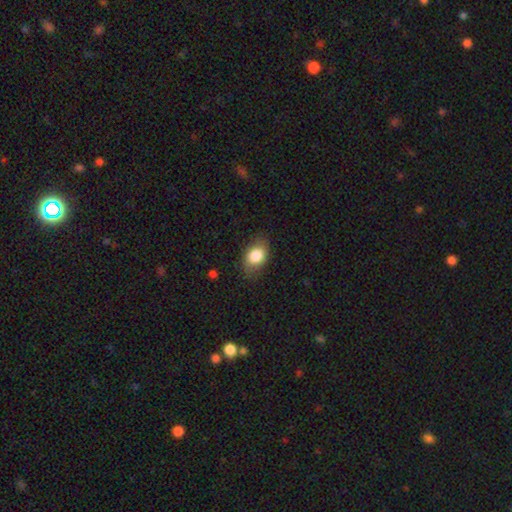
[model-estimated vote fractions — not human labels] Overall: smooth (82%). How rounded: in between (80%). Merging: none (77%).